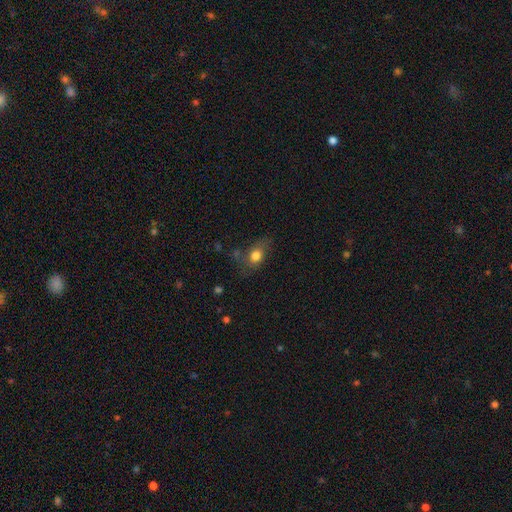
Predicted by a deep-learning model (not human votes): smooth_or_featured: smooth (p=0.73) [alt: featured or disk p=0.16]
how_rounded: in between (p=0.61) [alt: round p=0.36]
merging: none (p=0.55) [alt: minor disturbance p=0.27]